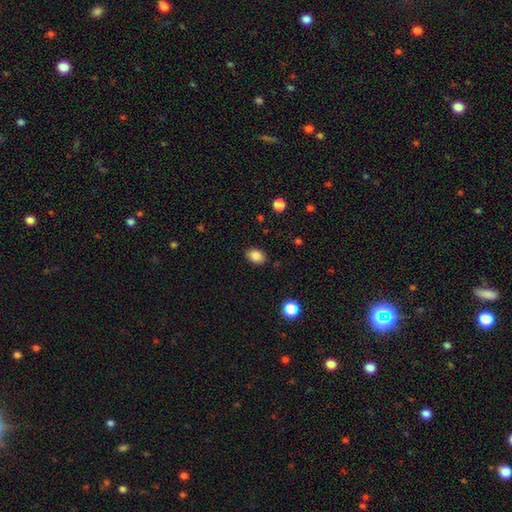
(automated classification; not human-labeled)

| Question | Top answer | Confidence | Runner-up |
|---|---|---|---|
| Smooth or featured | smooth | 86% | star or artifact (9%) |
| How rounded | in between | 77% | round (22%) |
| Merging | none | 85% | minor disturbance (11%) |